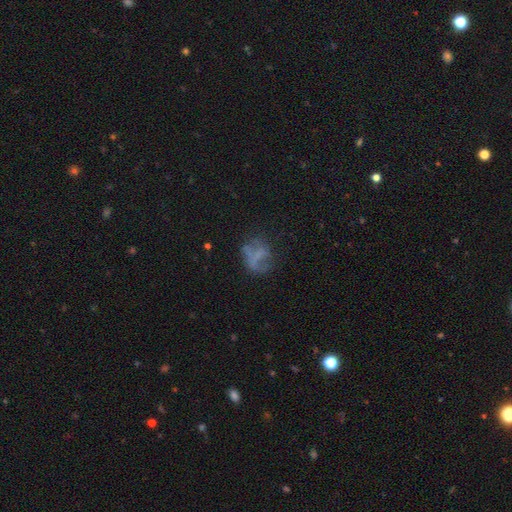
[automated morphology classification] A featured or disk galaxy (43%). Merging: none (44%).